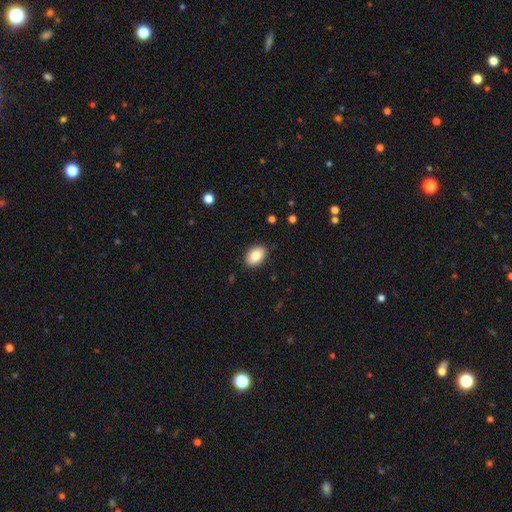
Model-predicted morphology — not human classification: Smooth or featured? Predicted: smooth (p=0.86). How rounded? Predicted: in between (p=0.85). Merging? Predicted: none (p=0.88).